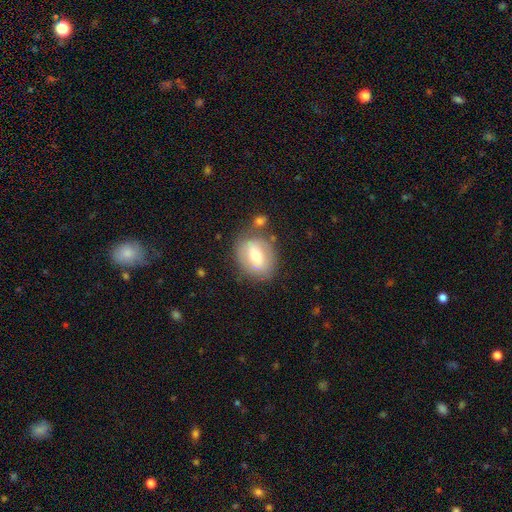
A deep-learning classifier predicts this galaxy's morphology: Smooth or featured?
  - smooth: 52% *
  - featured or disk: 40%
  - star or artifact: 8%
How rounded?
  - in between: 52% *
  - round: 47%
  - cigar-shaped: 1%
Merging?
  - none: 70% *
  - minor disturbance: 16%
  - merger: 7%
  - major disturbance: 6%